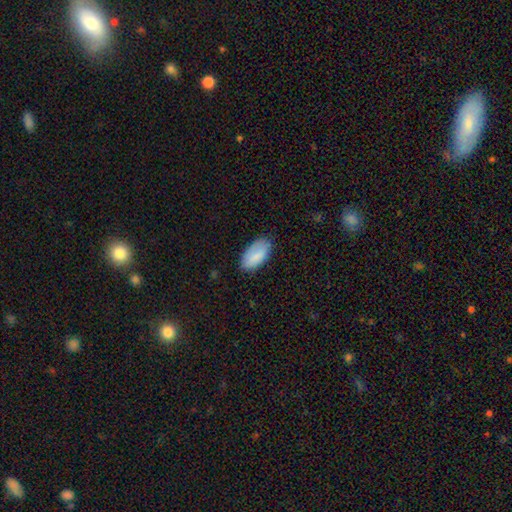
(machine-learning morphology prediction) The model was most divided on "merging": none: 79%, minor disturbance: 17%, major disturbance: 3%, merger: 1%. More confident: how rounded — in between (95%); smooth or featured — smooth (85%).